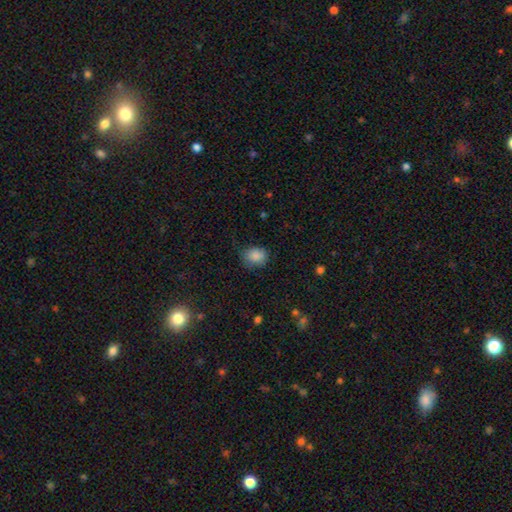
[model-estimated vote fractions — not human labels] A smooth galaxy with no disk features (87%) that is round (51%). Merging: none (71%).